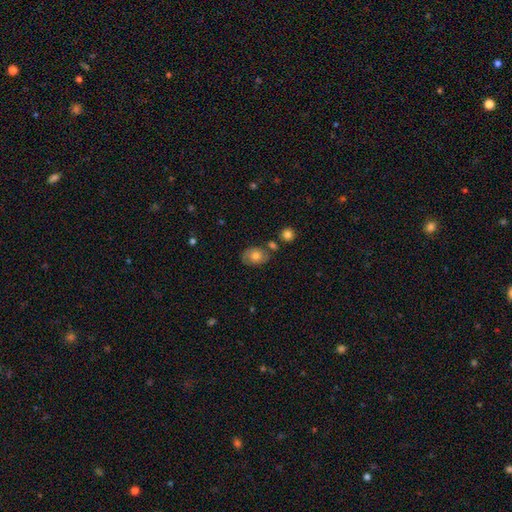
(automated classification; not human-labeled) Smooth or featured: smooth — 66% (featured or disk — 25%)
How rounded: in between — 71% (round — 28%)
Merging: none — 66% (minor disturbance — 19%)